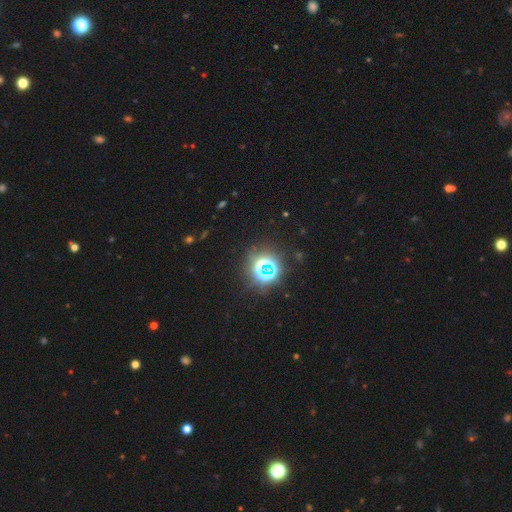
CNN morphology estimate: Smooth or featured? Predicted: star or artifact (p=0.79).